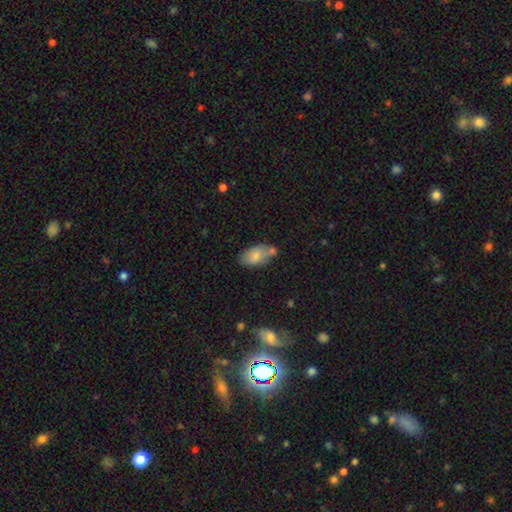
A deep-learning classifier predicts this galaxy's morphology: A smooth galaxy with no disk features (78%) that is in between round and cigar-shaped (93%). Merging: none (55%).